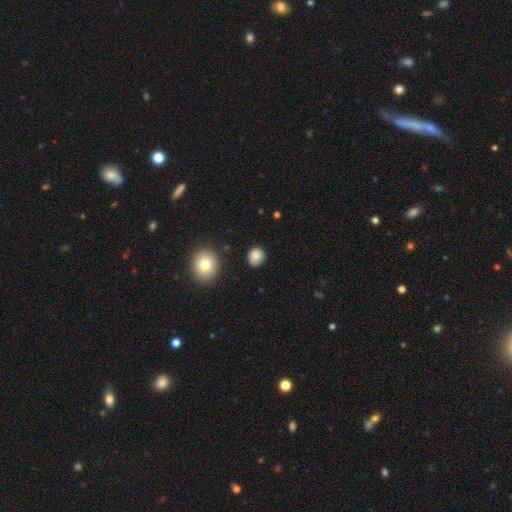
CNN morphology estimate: Smooth or featured: smooth — 81% (star or artifact — 10%)
How rounded: round — 76% (in between — 23%)
Merging: none — 86% (minor disturbance — 10%)